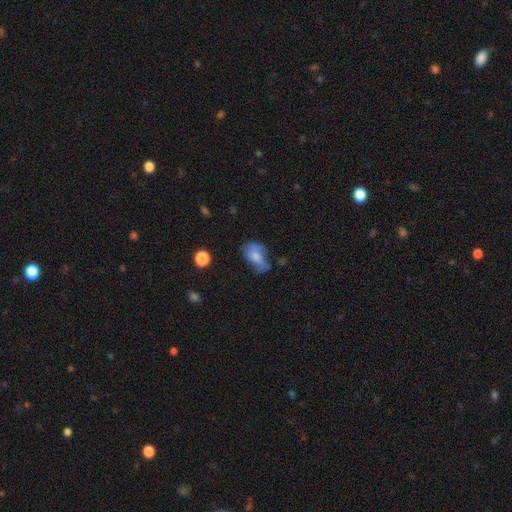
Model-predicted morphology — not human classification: Q: Smooth or featured?
A: smooth (59%); runner-up: featured or disk (32%)
Q: How rounded?
A: in between (86%); runner-up: round (11%)
Q: Merging?
A: none (39%); runner-up: minor disturbance (33%)